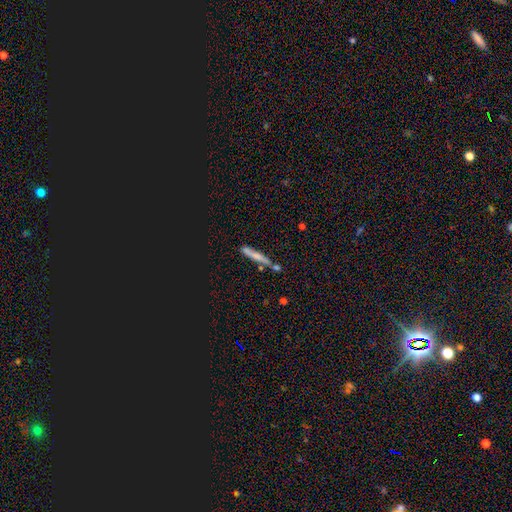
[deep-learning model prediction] Smooth or featured: smooth — 59% (featured or disk — 31%)
How rounded: cigar-shaped — 92% (in between — 6%)
Merging: none — 65% (minor disturbance — 17%)